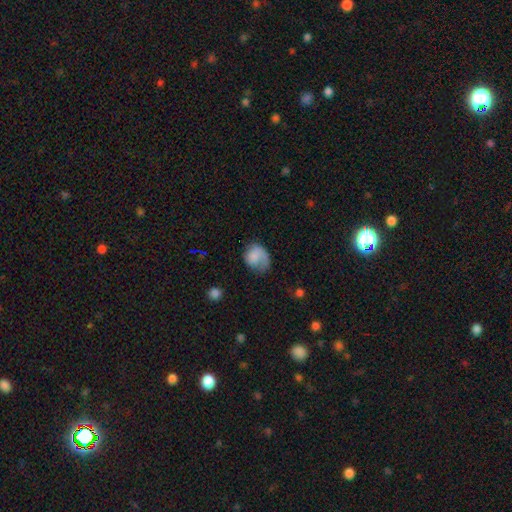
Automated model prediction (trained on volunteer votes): smooth_or_featured: smooth (p=0.67) [alt: featured or disk p=0.26]
how_rounded: in between (p=0.52) [alt: round p=0.47]
merging: none (p=0.42) [alt: minor disturbance p=0.28]